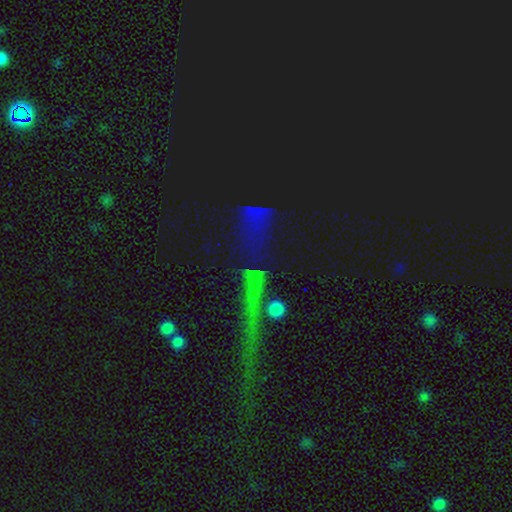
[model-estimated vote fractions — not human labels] star or artifact 70%, smooth 16%, featured or disk 15%.